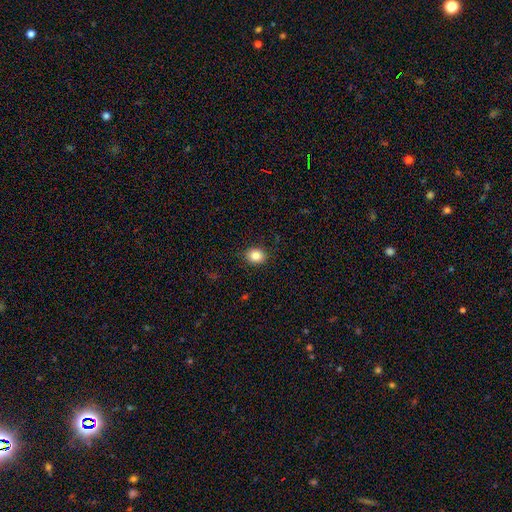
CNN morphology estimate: Smooth or featured?
  - smooth: 85% *
  - star or artifact: 10%
  - featured or disk: 5%
How rounded?
  - round: 64% *
  - in between: 35%
  - cigar-shaped: 1%
Merging?
  - none: 88% *
  - minor disturbance: 8%
  - major disturbance: 2%
  - merger: 1%